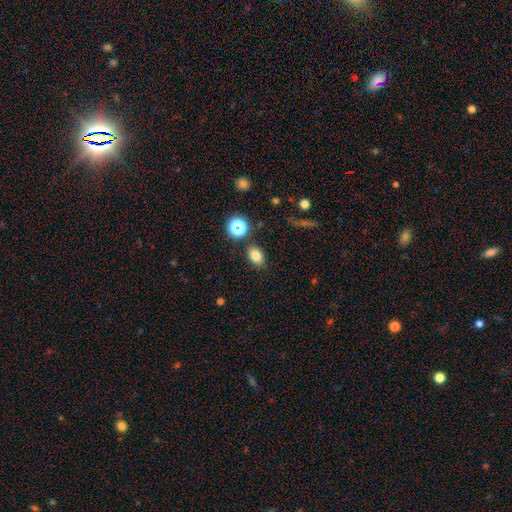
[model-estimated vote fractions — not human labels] A smooth galaxy with no disk features (78%) that is in between round and cigar-shaped (76%).

Vote fractions:
- Smooth or featured? smooth: 78% / star or artifact: 13% / featured or disk: 8%
- How rounded? in between: 76% / round: 22% / cigar-shaped: 1%
- Merging? none: 82% / minor disturbance: 11% / merger: 4% / major disturbance: 3%